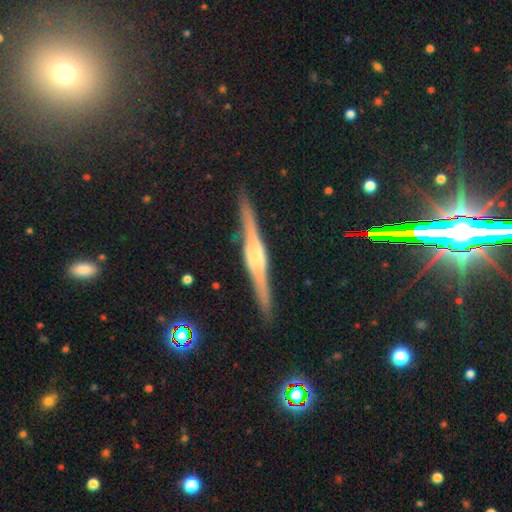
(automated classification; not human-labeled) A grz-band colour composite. It shows a featured or disk galaxy (84%) viewed edge-on (98%) with a rounded central bulge (57%). Merging: none (88%).